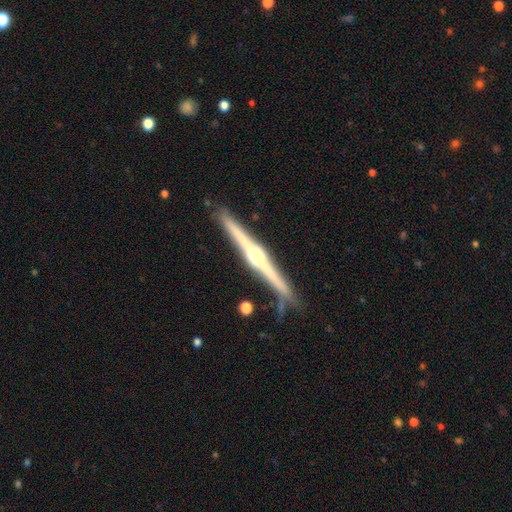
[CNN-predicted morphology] A featured or disk galaxy (85%) viewed edge-on (99%) with a rounded central bulge (90%).

Vote fractions:
- Smooth or featured? featured or disk: 85% / smooth: 10% / star or artifact: 5%
- Edge-on disk? yes: 99% / no: 1%
- Edge-on bulge? rounded: 90% / boxy: 6% / none: 4%
- Merging? none: 84% / minor disturbance: 11% / merger: 3% / major disturbance: 2%